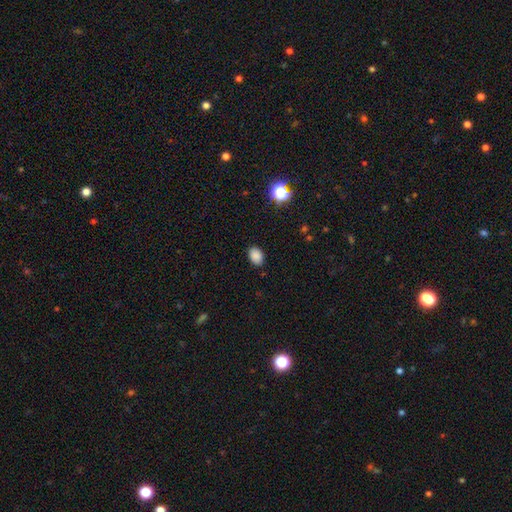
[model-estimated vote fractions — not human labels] Smooth or featured? smooth (85%)
How rounded? in between (77%)
Merging? none (87%)